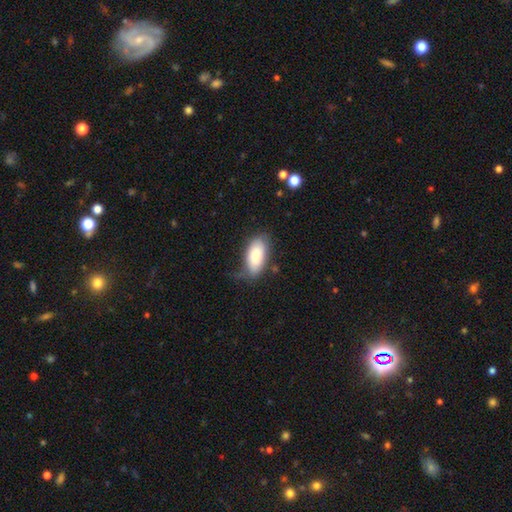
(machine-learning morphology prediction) The model was most divided on "merging": none: 67%, minor disturbance: 24%, major disturbance: 6%, merger: 2%. More confident: how rounded — in between (91%); smooth or featured — smooth (85%).